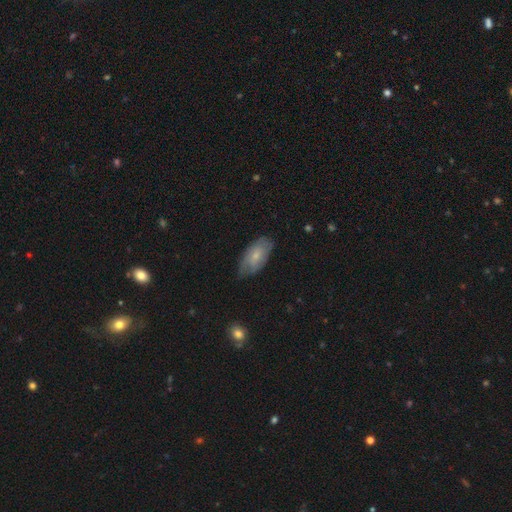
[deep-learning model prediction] A smooth galaxy with no disk features (66%) that is in between round and cigar-shaped (93%). Merging: none (68%).